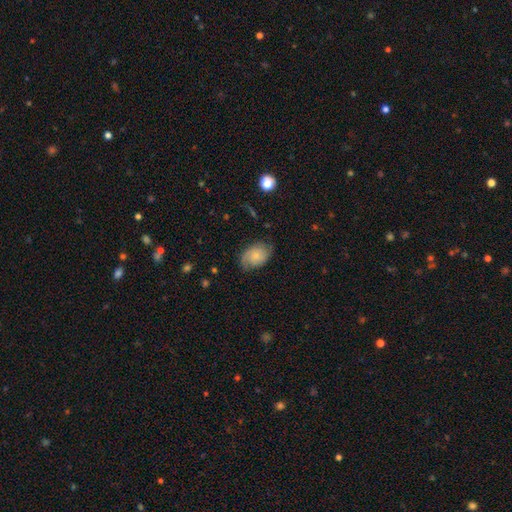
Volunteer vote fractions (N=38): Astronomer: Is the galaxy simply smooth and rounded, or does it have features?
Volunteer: featured or disk — 61%.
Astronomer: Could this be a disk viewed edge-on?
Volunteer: no — 96%.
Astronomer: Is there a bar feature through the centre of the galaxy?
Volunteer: no — 91%.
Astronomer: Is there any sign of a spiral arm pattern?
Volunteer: yes — 82%.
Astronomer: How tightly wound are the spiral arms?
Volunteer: tight — 61%.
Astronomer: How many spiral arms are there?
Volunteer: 2 — 61%.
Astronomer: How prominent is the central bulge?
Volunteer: small — 68%.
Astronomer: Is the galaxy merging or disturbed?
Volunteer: none — 81%.